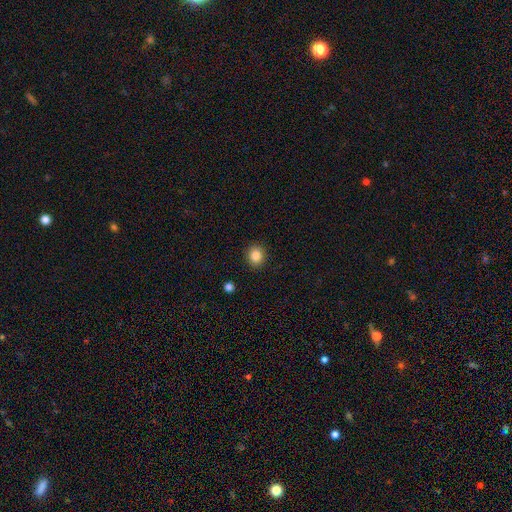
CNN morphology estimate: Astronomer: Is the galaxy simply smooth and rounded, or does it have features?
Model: smooth — 86%.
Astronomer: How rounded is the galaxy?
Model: round — 75%.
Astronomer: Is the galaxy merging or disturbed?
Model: none — 90%.